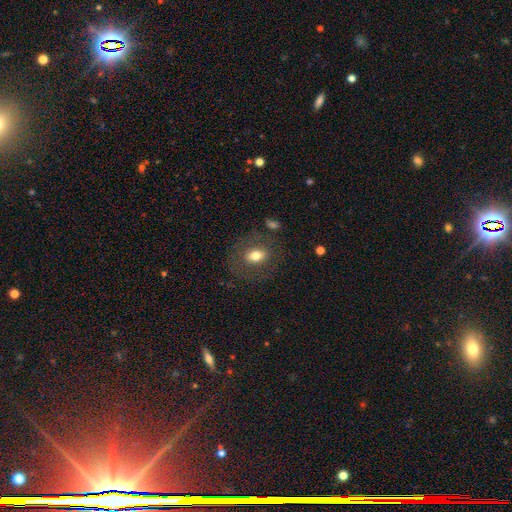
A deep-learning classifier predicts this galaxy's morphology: Smooth or featured? Predicted: smooth (p=0.66). How rounded? Predicted: in between (p=0.60). Merging? Predicted: none (p=0.75).